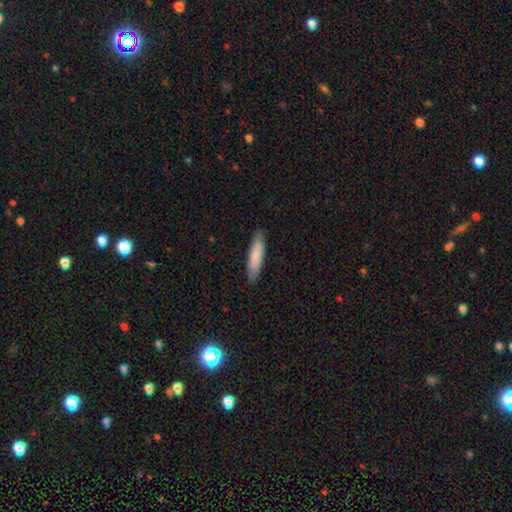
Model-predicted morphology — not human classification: A smooth galaxy with no disk features (81%) that is cigar-shaped (78%).

Vote fractions:
- Smooth or featured? smooth: 81% / featured or disk: 14% / star or artifact: 5%
- How rounded? cigar-shaped: 78% / in between: 21% / round: 1%
- Merging? none: 88% / minor disturbance: 9% / major disturbance: 2% / merger: 1%